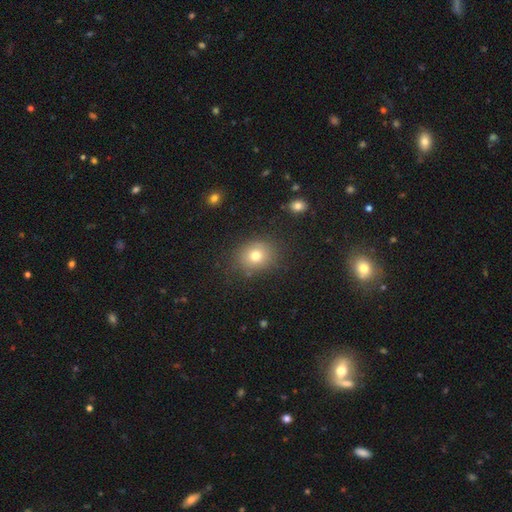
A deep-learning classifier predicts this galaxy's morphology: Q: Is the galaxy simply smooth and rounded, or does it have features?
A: smooth — 76%.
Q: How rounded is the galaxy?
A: round — 65%.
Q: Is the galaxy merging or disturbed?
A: none — 83%.